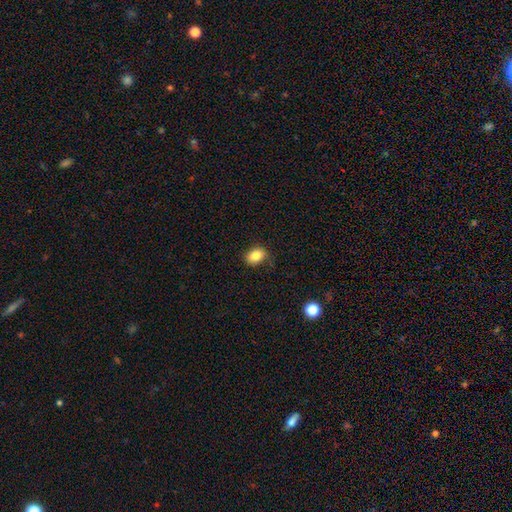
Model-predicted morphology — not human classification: A smooth galaxy with no disk features (84%) that is in between round and cigar-shaped (69%). Merging: none (79%).